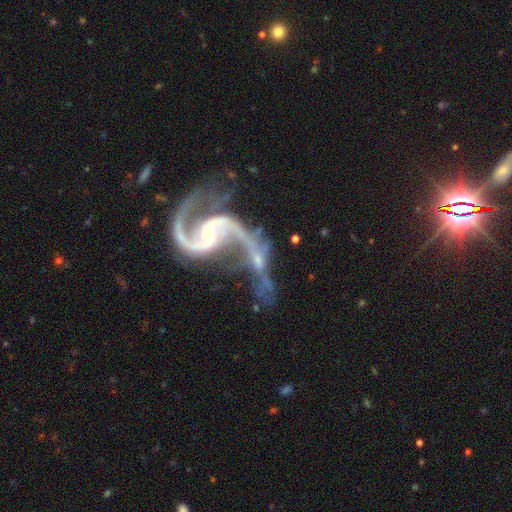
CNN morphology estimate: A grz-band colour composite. It shows a featured or disk galaxy (92%) with no bar (47%), 2 (91%) loose (63%) spiral arms (97%) and a small central bulge (75%). Merging: none (34%).